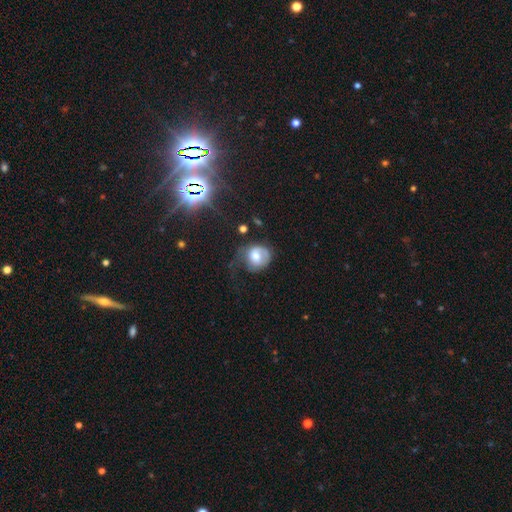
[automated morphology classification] type=smooth (59%); roundness=round (68%); merging=none (35%).